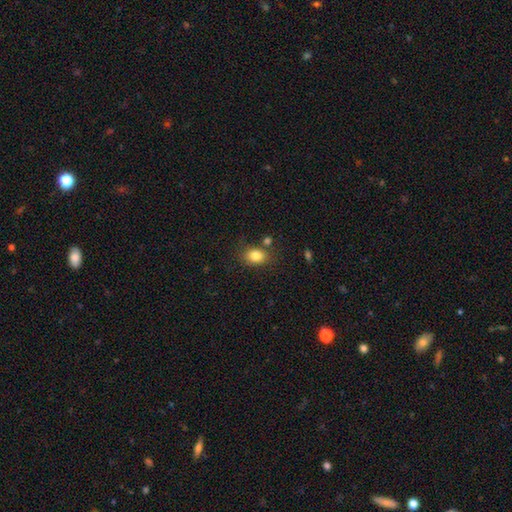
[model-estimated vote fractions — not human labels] This appears to be a smooth galaxy with no disk features (82%) that is in between round and cigar-shaped (62%). Merging: none (74%).